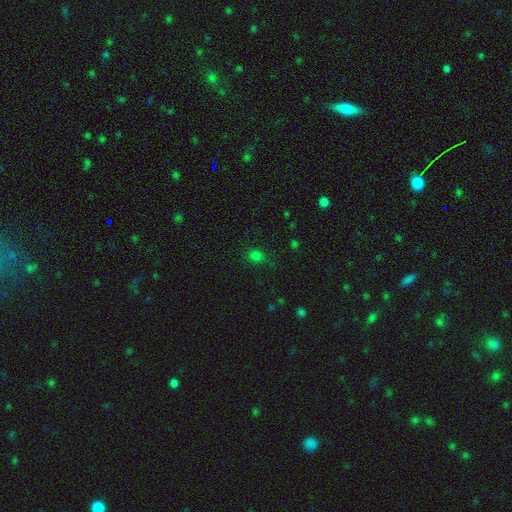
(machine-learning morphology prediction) smooth_or_featured: smooth (p=0.74) [alt: star or artifact p=0.22]
how_rounded: round (p=0.74) [alt: in between p=0.25]
merging: none (p=0.76) [alt: minor disturbance p=0.16]